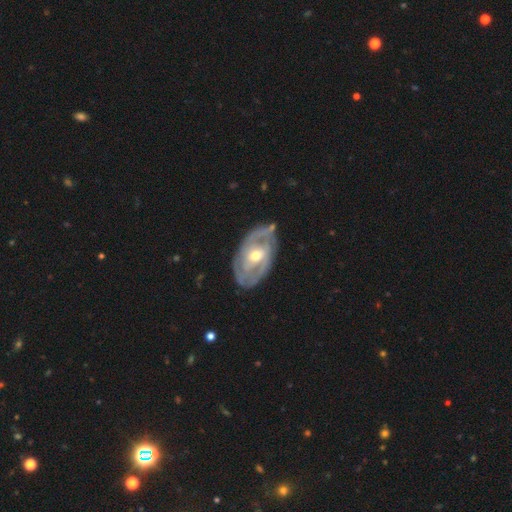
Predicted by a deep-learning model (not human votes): Overall: featured or disk (82%). Edge-on disk: no (95%). Bar: no (42%; weak 40%). Spiral arms: yes (87%). Spiral arm count: 2 (53%; can't tell 24%). Spiral winding: tight (56%; medium 33%). Bulge size: moderate (65%; small 30%). Merging: none (73%).